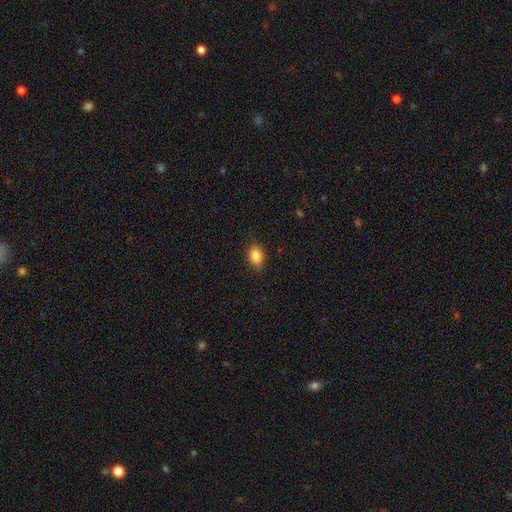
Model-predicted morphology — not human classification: type=smooth (86%); roundness=in between (84%); merging=none (86%).